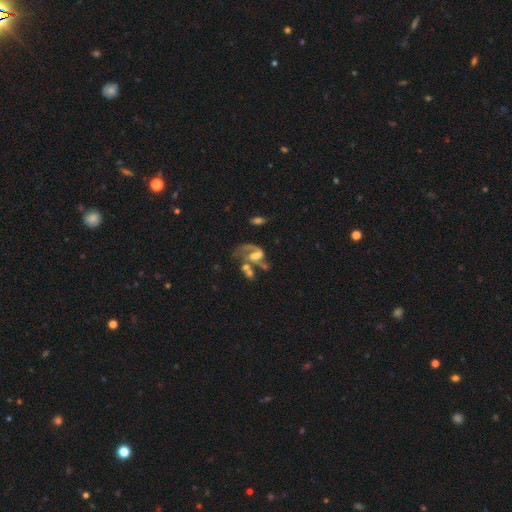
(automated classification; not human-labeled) This is likely a featured or disk galaxy (77%). It is clearly not viewed edge-on (97%). Bar: marginally weak (43%). Spiral arm pattern: clearly yes (86%). Spiral arm count: likely 2 (61%). Spiral winding: possibly loose (46%). Central bulge: marginally moderate (40%). Merging: marginally merger (36%).